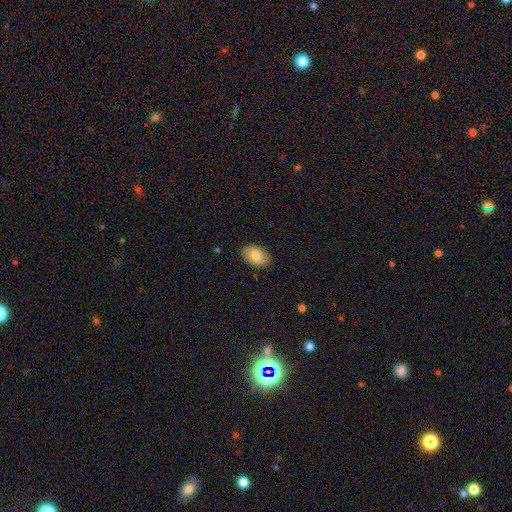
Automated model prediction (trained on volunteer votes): Q: Smooth or featured?
A: smooth (81%); runner-up: featured or disk (12%)
Q: How rounded?
A: in between (89%); runner-up: round (10%)
Q: Merging?
A: none (88%); runner-up: minor disturbance (9%)